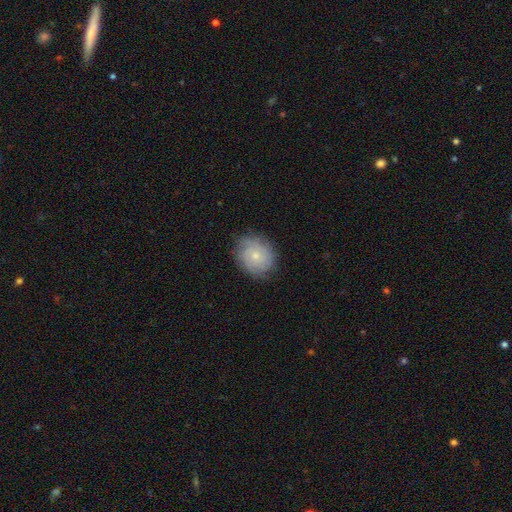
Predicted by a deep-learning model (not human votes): Morphology: type=smooth (47%); merging=none (79%).